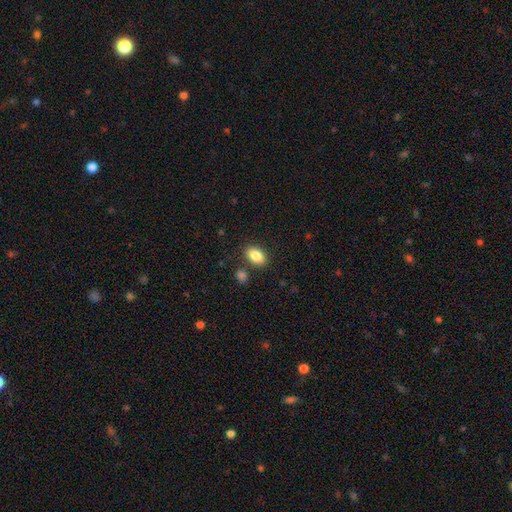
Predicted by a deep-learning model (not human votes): smooth-or-featured: smooth: 86% | star or artifact: 8% | featured or disk: 6%
  how-rounded: in between: 89% | round: 9% | cigar-shaped: 2%
  merging: none: 82% | minor disturbance: 9% | merger: 6% | major disturbance: 3%